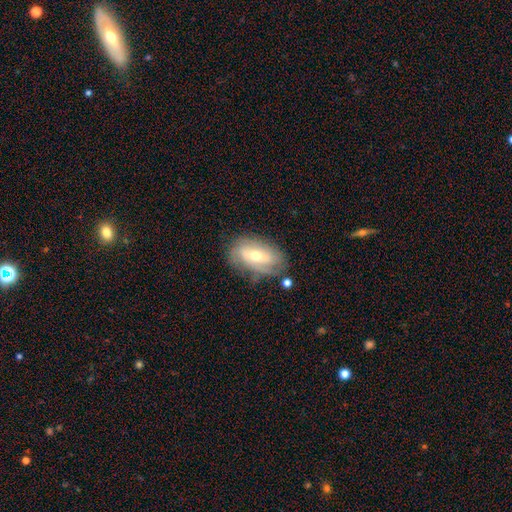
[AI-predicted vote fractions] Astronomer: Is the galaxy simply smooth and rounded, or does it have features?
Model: featured or disk — 62%.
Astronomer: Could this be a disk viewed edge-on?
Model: no — 91%.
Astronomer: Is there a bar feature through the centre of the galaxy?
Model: no — 47% (runner-up: weak, 35%).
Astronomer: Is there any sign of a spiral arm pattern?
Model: yes — 74%.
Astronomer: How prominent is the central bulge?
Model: moderate — 64%.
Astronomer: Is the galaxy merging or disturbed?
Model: none — 64%.